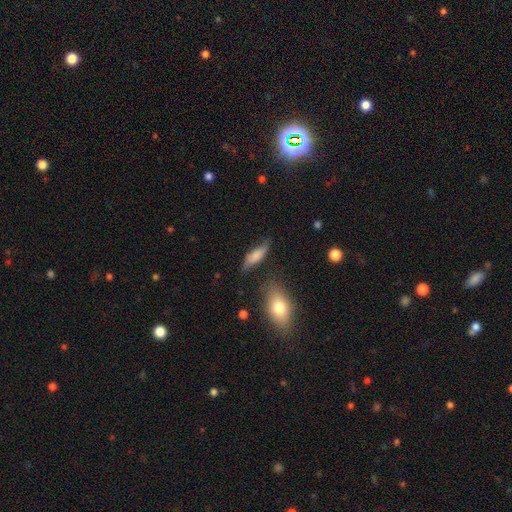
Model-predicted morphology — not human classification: A smooth galaxy with no disk features (68%) that is in between round and cigar-shaped (55%).

Vote fractions:
- Smooth or featured? smooth: 68% / featured or disk: 24% / star or artifact: 8%
- How rounded? in between: 55% / cigar-shaped: 41% / round: 4%
- Merging? none: 59% / minor disturbance: 29% / major disturbance: 8% / merger: 4%